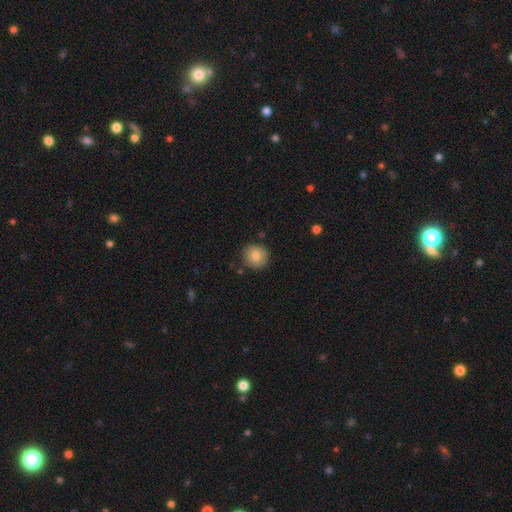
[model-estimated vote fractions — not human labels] Q: Smooth or featured?
A: smooth (82%); runner-up: featured or disk (9%)
Q: How rounded?
A: round (91%); runner-up: in between (8%)
Q: Merging?
A: none (87%); runner-up: minor disturbance (9%)